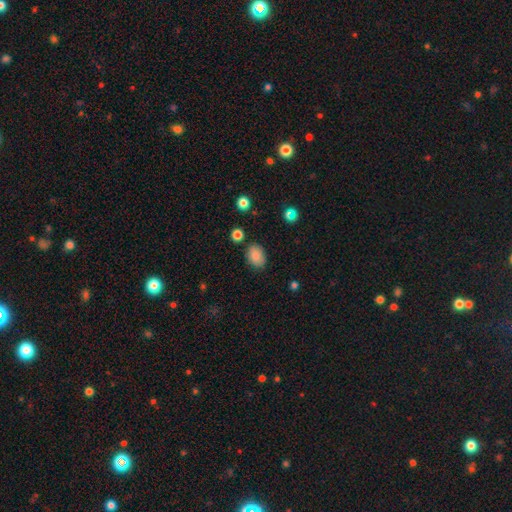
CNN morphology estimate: A smooth galaxy with no disk features (85%) that is in between round and cigar-shaped (72%).

Vote fractions:
- Smooth or featured? smooth: 85% / star or artifact: 10% / featured or disk: 5%
- How rounded? in between: 72% / round: 27% / cigar-shaped: 1%
- Merging? none: 83% / minor disturbance: 12% / major disturbance: 3% / merger: 3%